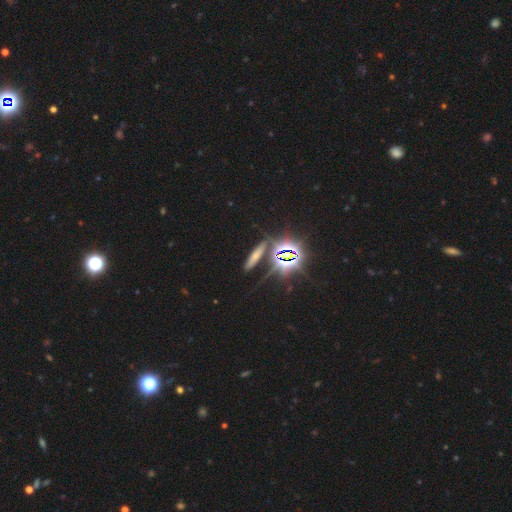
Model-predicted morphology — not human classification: type=star or artifact (44%).